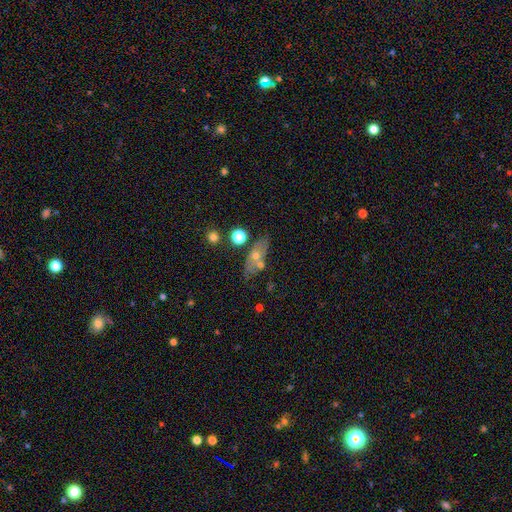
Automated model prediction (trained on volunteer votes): Smooth or featured: smooth — 48% (featured or disk — 41%)
Merging: none — 63% (merger — 16%)